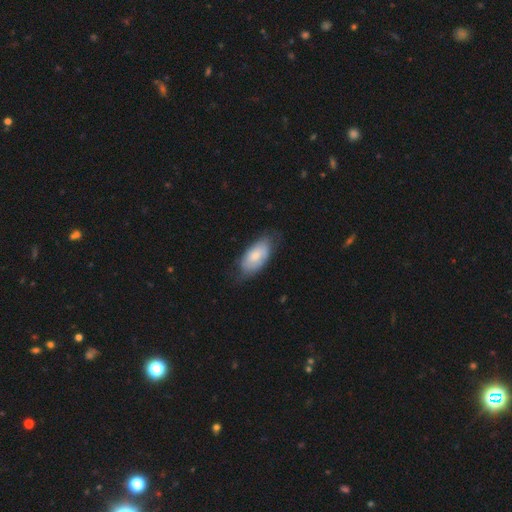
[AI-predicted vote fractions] smooth-or-featured: smooth: 70% | featured or disk: 24% | star or artifact: 6%
  how-rounded: in between: 92% | cigar-shaped: 5% | round: 2%
  merging: none: 63% | minor disturbance: 29% | major disturbance: 7% | merger: 1%